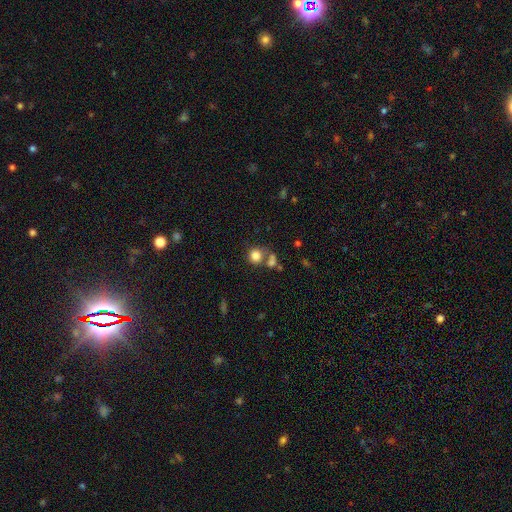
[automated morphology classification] type=smooth (81%); roundness=round (87%); merging=none (55%).